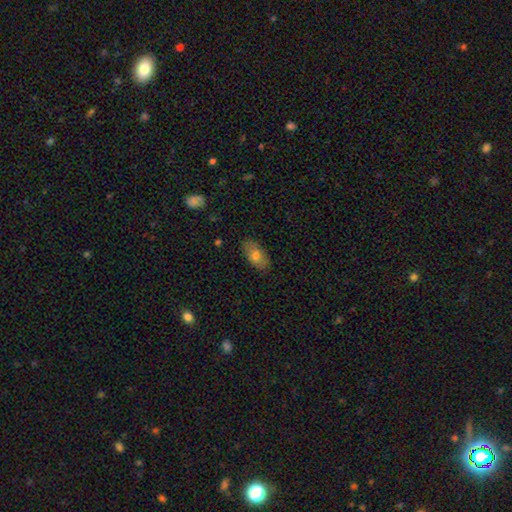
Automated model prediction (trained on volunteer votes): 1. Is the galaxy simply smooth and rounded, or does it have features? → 75% smooth, 17% featured or disk, 7% star or artifact.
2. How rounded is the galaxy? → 92% in between, 4% cigar-shaped, 4% round.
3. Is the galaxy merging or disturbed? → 84% none, 12% minor disturbance, 3% major disturbance, 1% merger.